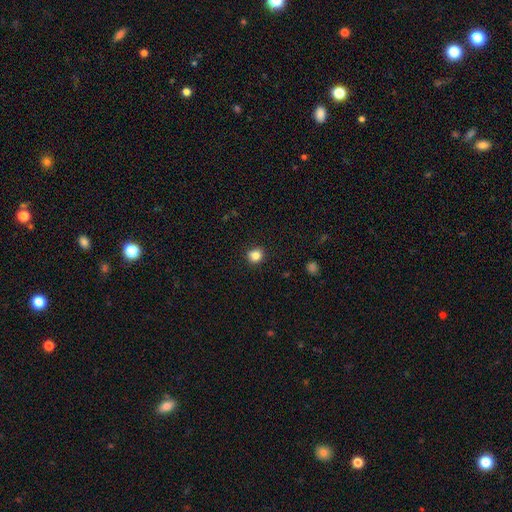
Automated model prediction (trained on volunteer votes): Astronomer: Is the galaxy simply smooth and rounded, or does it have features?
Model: smooth — 84%.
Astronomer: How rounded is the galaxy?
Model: round — 83%.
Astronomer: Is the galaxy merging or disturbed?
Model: none — 87%.